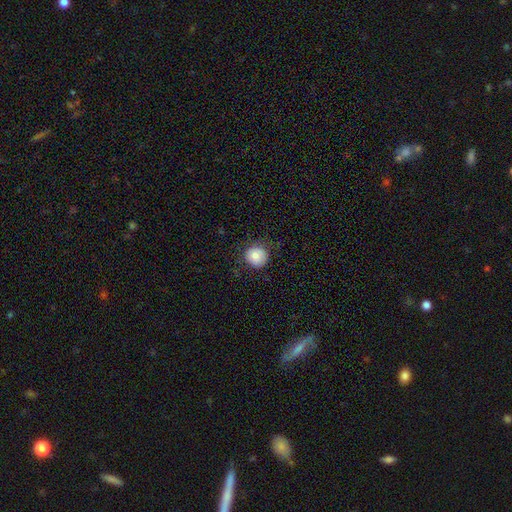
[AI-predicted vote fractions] smooth-or-featured: smooth: 81% | featured or disk: 10% | star or artifact: 9%
  how-rounded: round: 92% | in between: 7% | cigar-shaped: 1%
  merging: none: 80% | minor disturbance: 14% | major disturbance: 4% | merger: 1%